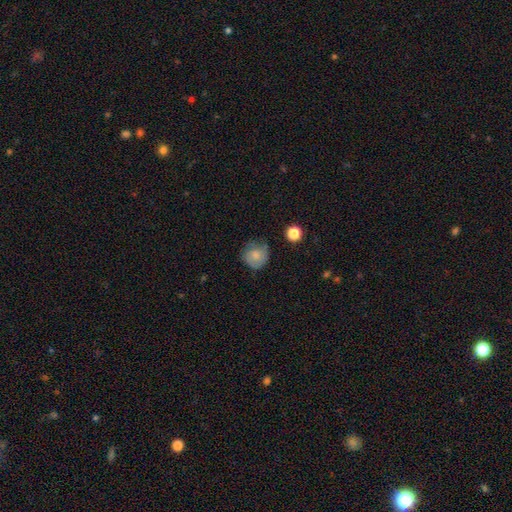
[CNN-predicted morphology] This appears to be a smooth galaxy with no disk features (70%) that is round (87%). Merging: none (62%).